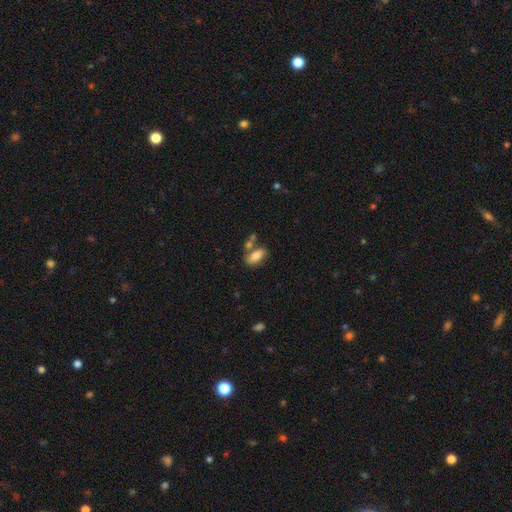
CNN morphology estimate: Smooth or featured: smooth — 76% (featured or disk — 17%)
How rounded: in between — 83% (cigar-shaped — 13%)
Merging: none — 64% (merger — 18%)